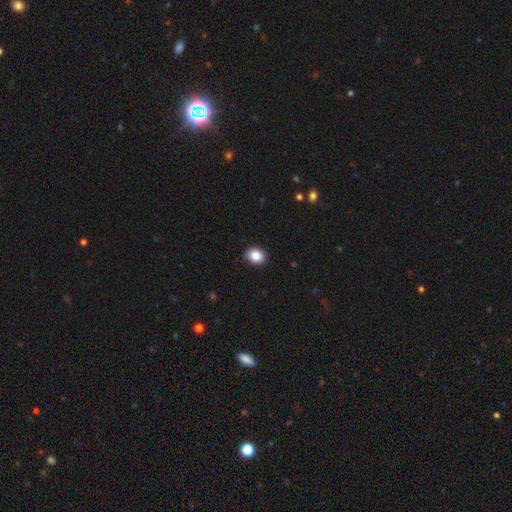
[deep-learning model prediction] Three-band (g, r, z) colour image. It shows a smooth galaxy with no disk features (86%) that is round (51%). Merging: none (89%).